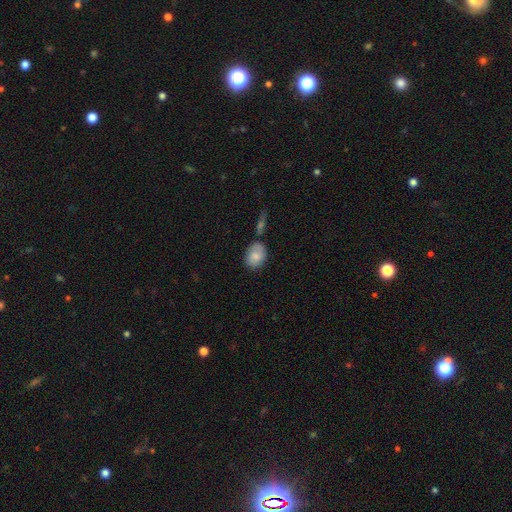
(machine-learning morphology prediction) Smooth or featured?
  - smooth: 80% *
  - featured or disk: 13%
  - star or artifact: 7%
How rounded?
  - in between: 73% *
  - round: 25%
  - cigar-shaped: 2%
Merging?
  - none: 65% *
  - minor disturbance: 20%
  - merger: 10%
  - major disturbance: 5%